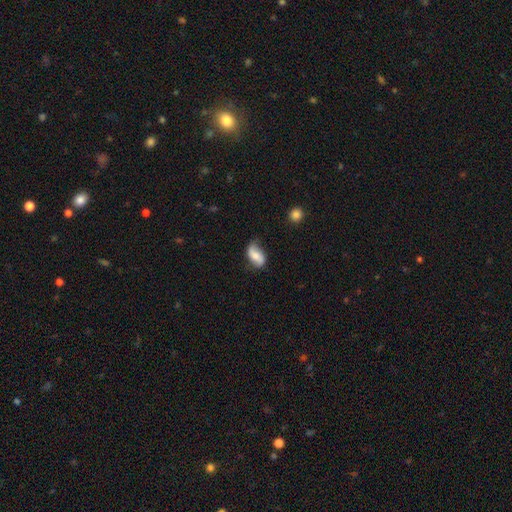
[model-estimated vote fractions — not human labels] This is possibly a smooth galaxy (58%). How rounded: clearly in between (90%). Merging: possibly none (53%).